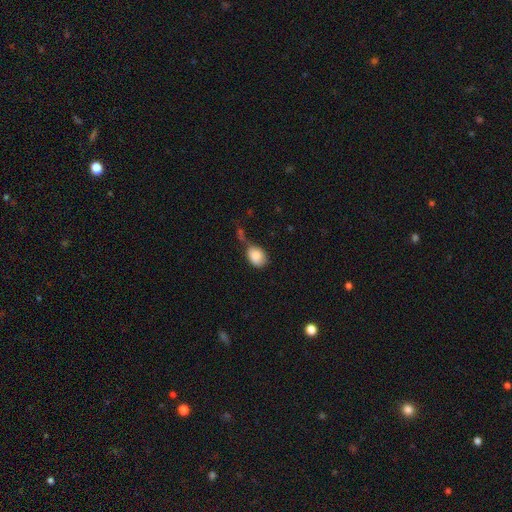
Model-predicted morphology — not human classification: Overall: smooth (84%). How rounded: in between (70%). Merging: none (41%; minor disturbance 30%).